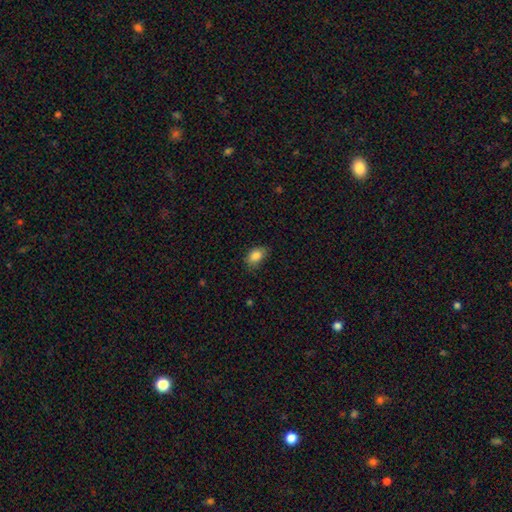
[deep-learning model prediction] smooth-or-featured: smooth: 86% | star or artifact: 9% | featured or disk: 5%
  how-rounded: in between: 84% | round: 15% | cigar-shaped: 2%
  merging: none: 69% | minor disturbance: 25% | major disturbance: 5% | merger: 1%